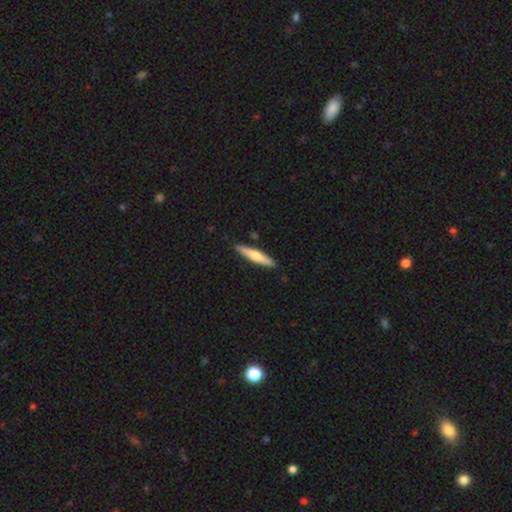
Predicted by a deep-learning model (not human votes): smooth 61%, featured or disk 34%, star or artifact 5%. Down the decision tree: how rounded — cigar-shaped (88%); merging — none (89%).